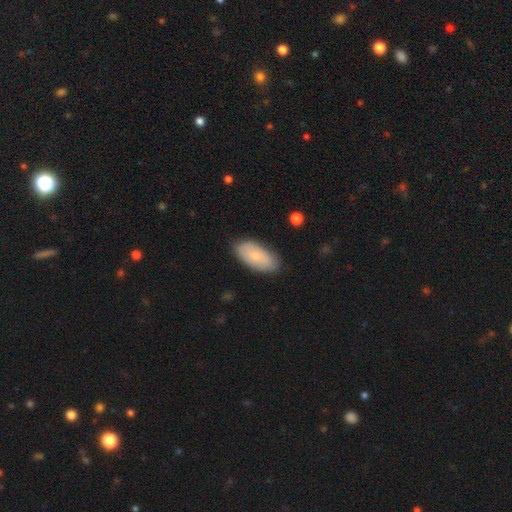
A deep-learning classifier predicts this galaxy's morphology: smooth 69%, featured or disk 25%, star or artifact 6%. Down the decision tree: how rounded — in between (93%); merging — none (81%).